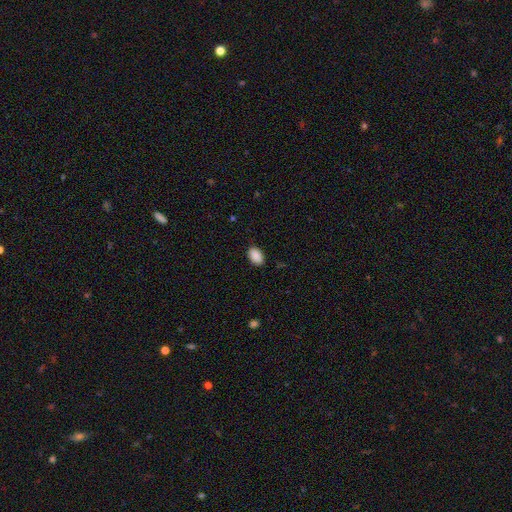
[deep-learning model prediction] This appears to be a smooth galaxy with no disk features (90%) that is in between round and cigar-shaped (90%). Merging: none (87%).